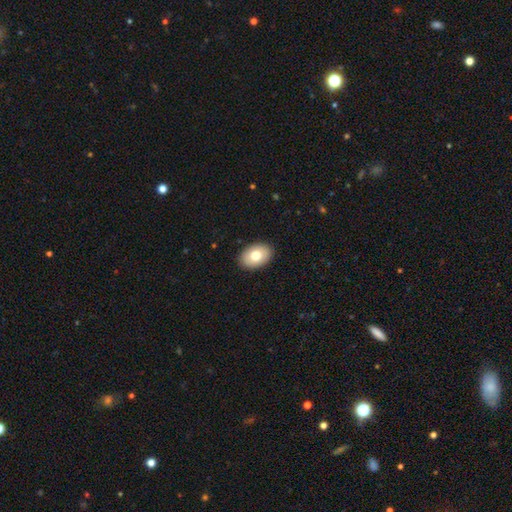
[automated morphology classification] Smooth or featured: smooth — 76% (featured or disk — 17%)
How rounded: in between — 84% (round — 15%)
Merging: none — 90% (minor disturbance — 7%)